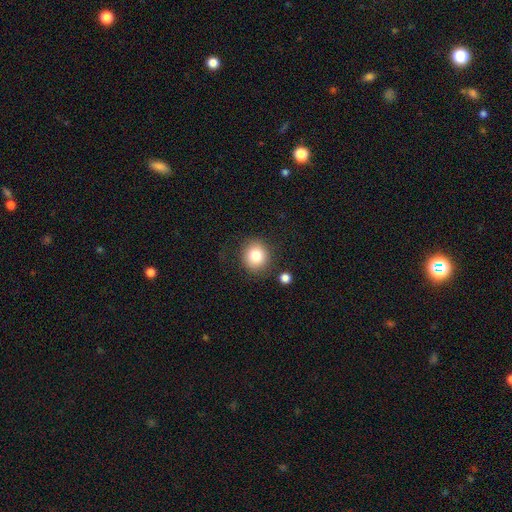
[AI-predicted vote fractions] This is clearly a smooth galaxy (82%). How rounded: clearly round (84%). Merging: clearly none (82%).